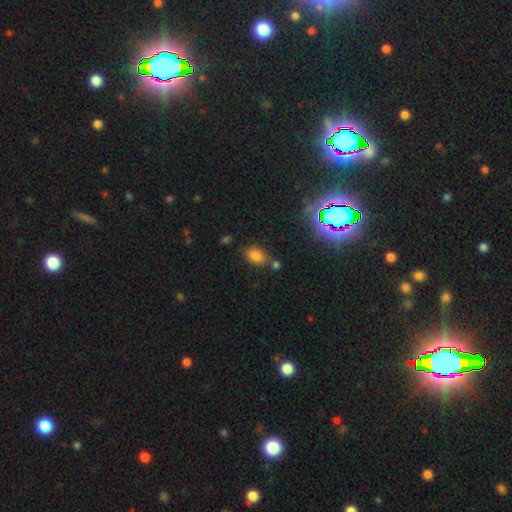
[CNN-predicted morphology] This appears to be a smooth galaxy with no disk features (80%) that is in between round and cigar-shaped (86%). Merging: none (73%).